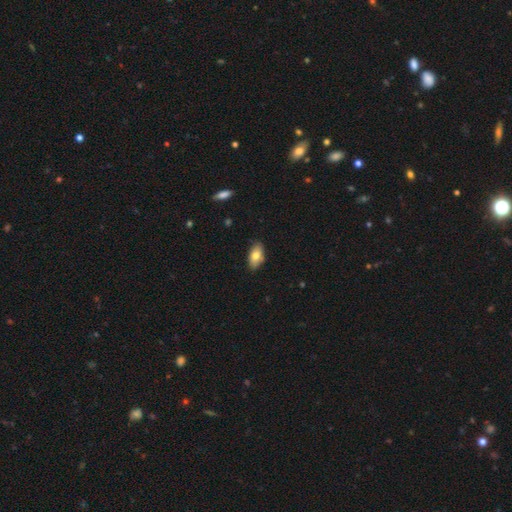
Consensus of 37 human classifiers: Smooth or featured: smooth — 73% (featured or disk — 22%)
How rounded: in between — 81% (cigar-shaped — 15%)
Merging: none — 71% (minor disturbance — 20%)